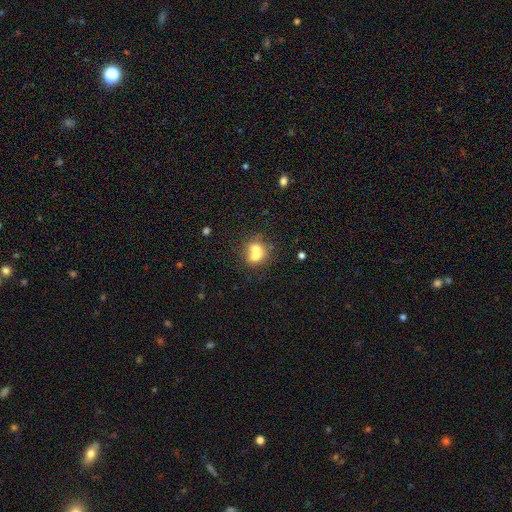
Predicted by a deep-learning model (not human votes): Overall: smooth (63%; featured or disk 26%). How rounded: round (71%). Merging: merger (63%; none 27%).